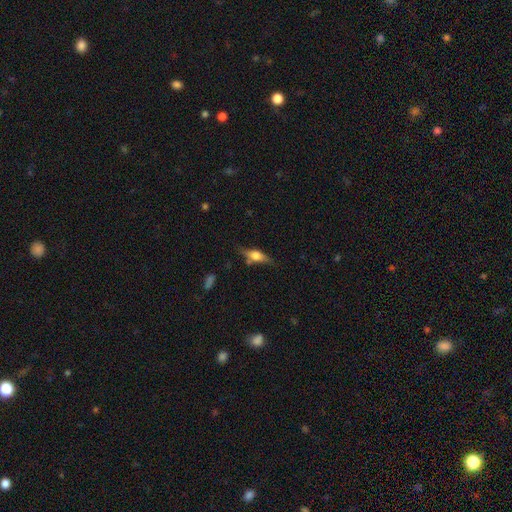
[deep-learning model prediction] A featured or disk galaxy (54%) viewed edge-on (92%).

Vote fractions:
- Smooth or featured? featured or disk: 54% / smooth: 38% / star or artifact: 8%
- Edge-on disk? yes: 92% / no: 8%
- Merging? none: 70% / minor disturbance: 19% / major disturbance: 6% / merger: 5%